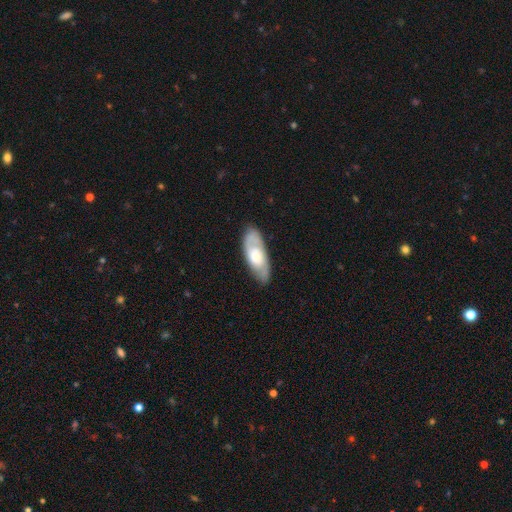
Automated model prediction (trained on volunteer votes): This is possibly a featured or disk galaxy (57%). It is clearly not viewed edge-on (85%). Merging: likely none (79%).